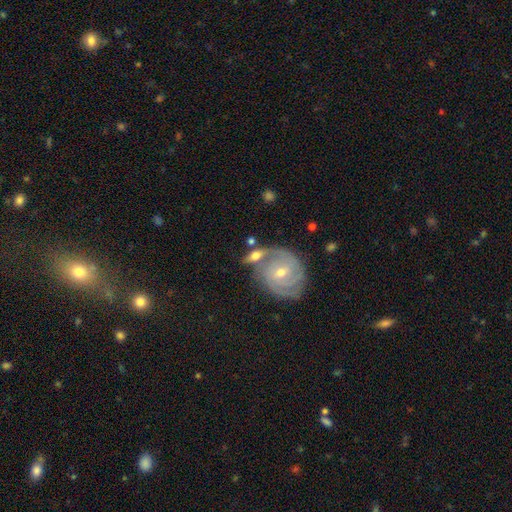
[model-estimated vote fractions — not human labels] featured or disk 54%, smooth 38%, star or artifact 7%. Down the decision tree: edge-on disk — no (83%); merging — none (51%).